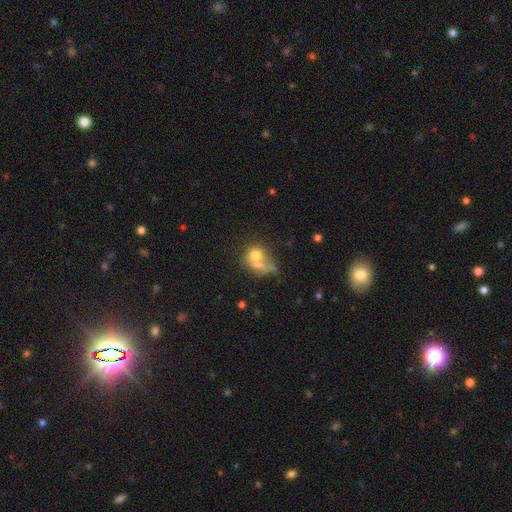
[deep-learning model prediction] Smooth or featured? smooth (65%)
How rounded? round (56%)
Merging? merger (49%)